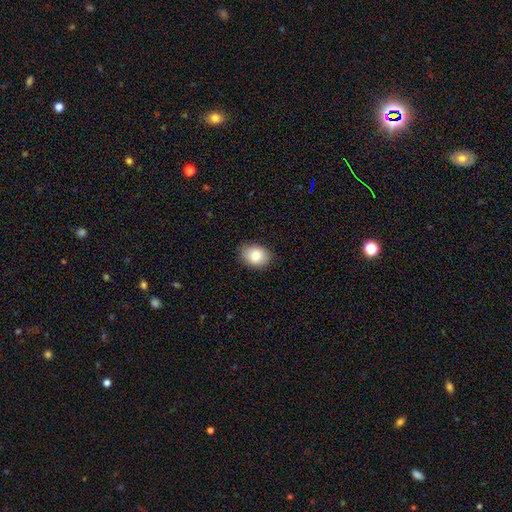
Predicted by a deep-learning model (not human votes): This is clearly a smooth galaxy (83%). How rounded: likely in between (68%). Merging: clearly none (86%).